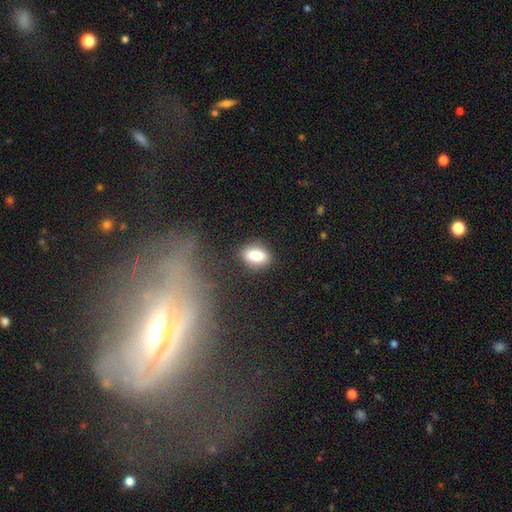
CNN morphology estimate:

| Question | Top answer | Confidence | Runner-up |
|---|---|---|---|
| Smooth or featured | smooth | 81% | featured or disk (10%) |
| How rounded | in between | 79% | round (18%) |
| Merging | none | 84% | minor disturbance (10%) |